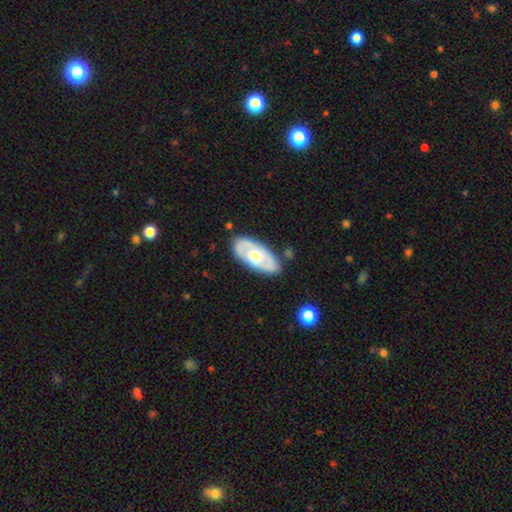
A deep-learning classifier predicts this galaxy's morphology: Q: Smooth or featured?
A: featured or disk (60%); runner-up: smooth (35%)
Q: Edge-on disk?
A: no (85%); runner-up: yes (15%)
Q: Bar?
A: no (85%); runner-up: weak (12%)
Q: Spiral arms?
A: no (71%); runner-up: yes (29%)
Q: Bulge size?
A: moderate (70%); runner-up: large (22%)
Q: Merging?
A: none (81%); runner-up: minor disturbance (13%)